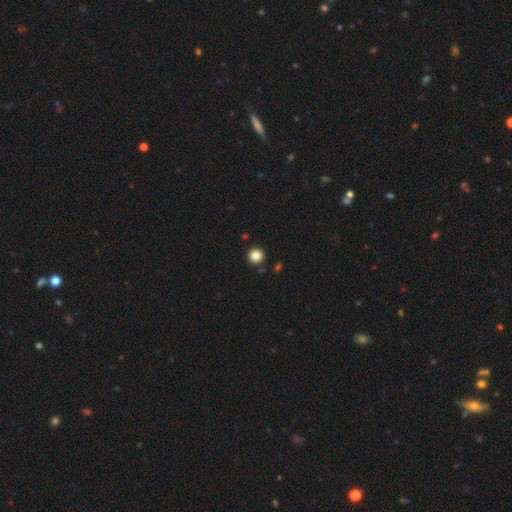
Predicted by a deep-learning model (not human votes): A smooth galaxy with no disk features (85%) that is round (95%). Merging: none (91%).